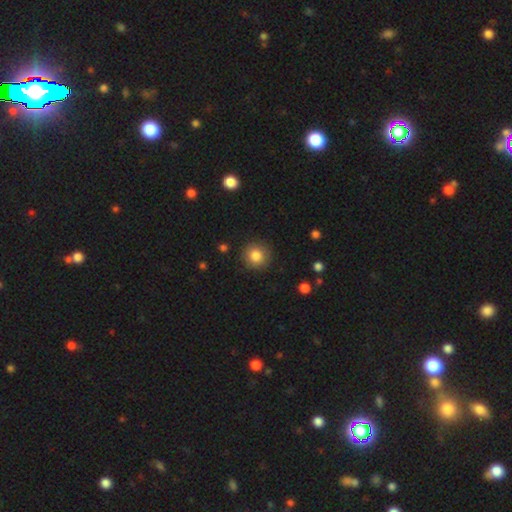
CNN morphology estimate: Smooth or featured? smooth (83%)
How rounded? round (93%)
Merging? none (89%)